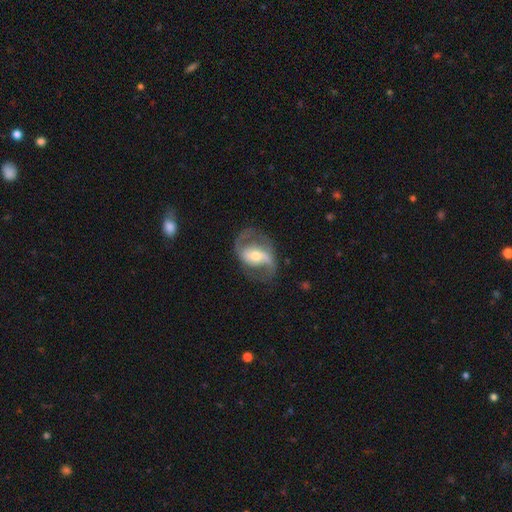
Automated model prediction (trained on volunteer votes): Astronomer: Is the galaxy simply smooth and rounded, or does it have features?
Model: featured or disk — 85%.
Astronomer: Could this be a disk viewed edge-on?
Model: no — 97%.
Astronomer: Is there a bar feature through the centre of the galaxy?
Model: weak — 40% (runner-up: no, 31%).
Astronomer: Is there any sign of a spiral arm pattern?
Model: yes — 92%.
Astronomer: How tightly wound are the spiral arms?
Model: medium — 46% (runner-up: loose, 42%).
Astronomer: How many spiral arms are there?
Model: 2 — 89%.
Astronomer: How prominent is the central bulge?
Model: moderate — 58% (runner-up: small, 34%).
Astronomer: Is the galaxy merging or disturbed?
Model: none — 70%.